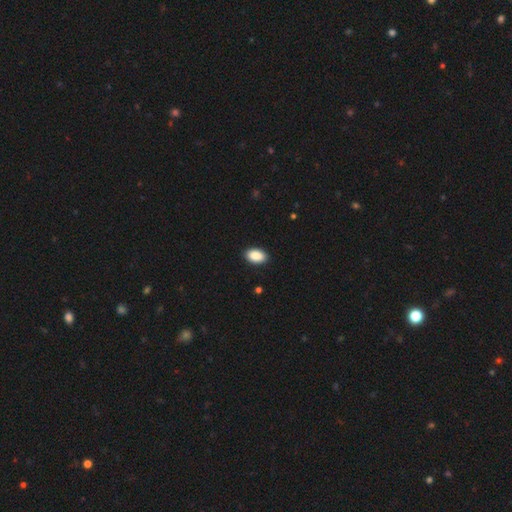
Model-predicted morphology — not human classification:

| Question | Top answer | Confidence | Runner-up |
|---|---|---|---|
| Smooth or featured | smooth | 90% | star or artifact (7%) |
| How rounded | in between | 93% | round (6%) |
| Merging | none | 90% | minor disturbance (7%) |